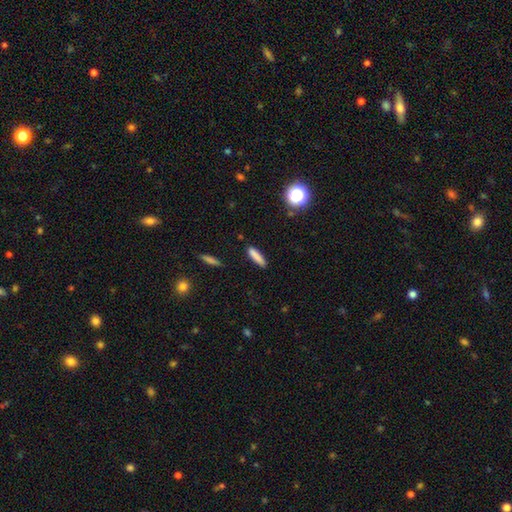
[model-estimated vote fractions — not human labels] Overall: smooth (83%). How rounded: cigar-shaped (80%). Merging: none (87%).